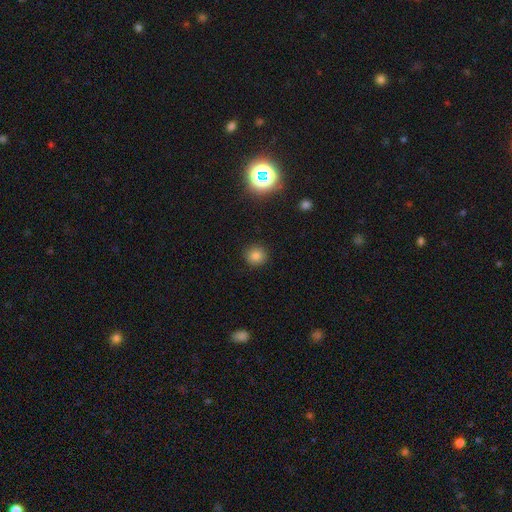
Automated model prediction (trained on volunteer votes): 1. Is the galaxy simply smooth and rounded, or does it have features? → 79% smooth, 15% star or artifact, 7% featured or disk.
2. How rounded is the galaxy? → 91% round, 8% in between, 1% cigar-shaped.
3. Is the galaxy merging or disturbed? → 90% none, 7% minor disturbance, 2% major disturbance, 1% merger.